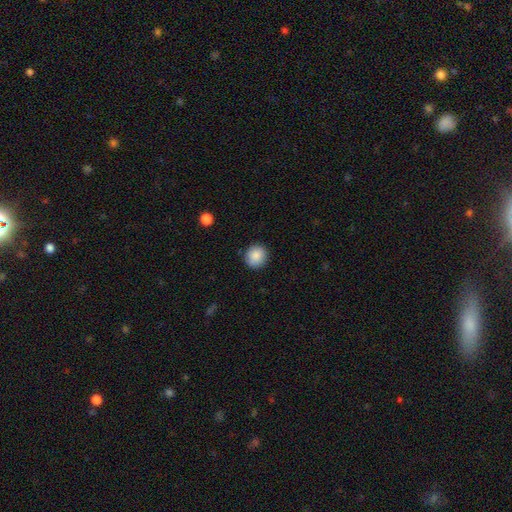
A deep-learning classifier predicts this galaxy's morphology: Overall: smooth (88%). How rounded: round (91%). Merging: none (89%).